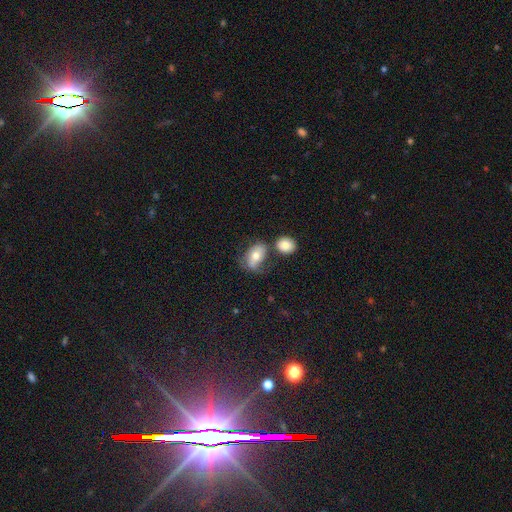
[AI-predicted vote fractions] Smooth or featured: smooth — 62% (featured or disk — 29%)
How rounded: in between — 85% (round — 13%)
Merging: none — 38% (minor disturbance — 24%)